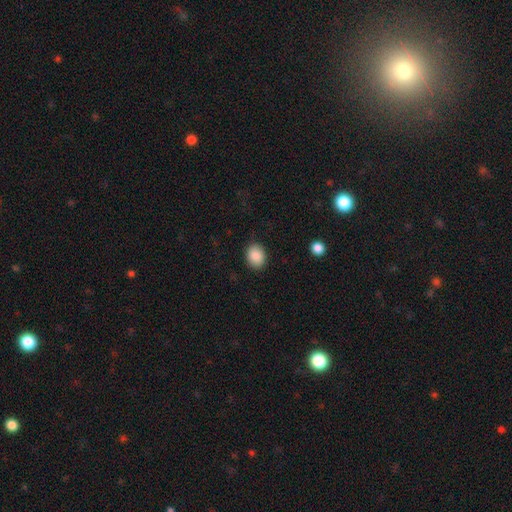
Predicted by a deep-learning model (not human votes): A smooth galaxy with no disk features (87%) that is in between round and cigar-shaped (55%).

Vote fractions:
- Smooth or featured? smooth: 87% / star or artifact: 8% / featured or disk: 5%
- How rounded? in between: 55% / round: 44% / cigar-shaped: 1%
- Merging? none: 88% / minor disturbance: 9% / major disturbance: 2% / merger: 1%